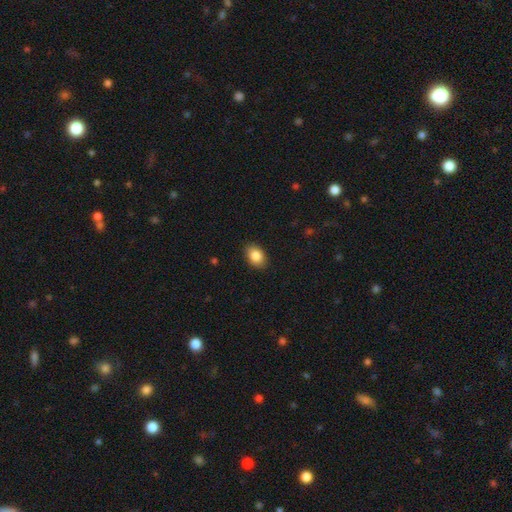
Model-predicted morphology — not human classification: A smooth galaxy with no disk features (86%) that is in between round and cigar-shaped (80%). Merging: none (88%).